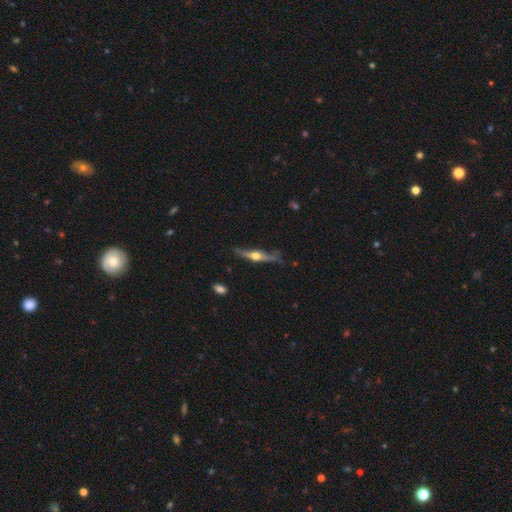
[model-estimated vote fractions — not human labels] smooth_or_featured: featured or disk (p=0.74) [alt: smooth p=0.20]
disk_edge_on: yes (p=0.96) [alt: no p=0.04]
edge_on_bulge: rounded (p=0.95) [alt: boxy p=0.03]
merging: none (p=0.74) [alt: minor disturbance p=0.19]